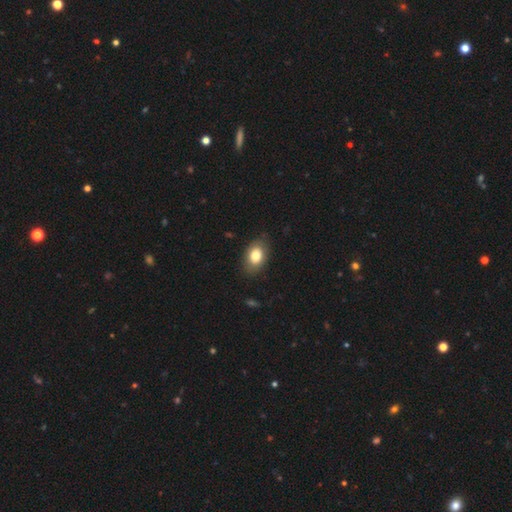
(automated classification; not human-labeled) A smooth galaxy with no disk features (78%) that is in between round and cigar-shaped (83%).

Vote fractions:
- Smooth or featured? smooth: 78% / featured or disk: 14% / star or artifact: 8%
- How rounded? in between: 83% / round: 15% / cigar-shaped: 1%
- Merging? none: 80% / minor disturbance: 15% / major disturbance: 4% / merger: 1%